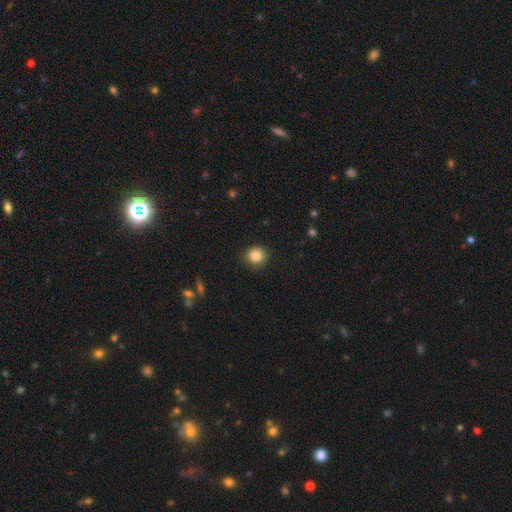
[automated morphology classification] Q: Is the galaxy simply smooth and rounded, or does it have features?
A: smooth — 85%.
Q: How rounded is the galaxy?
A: round — 92%.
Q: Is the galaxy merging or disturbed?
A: none — 90%.